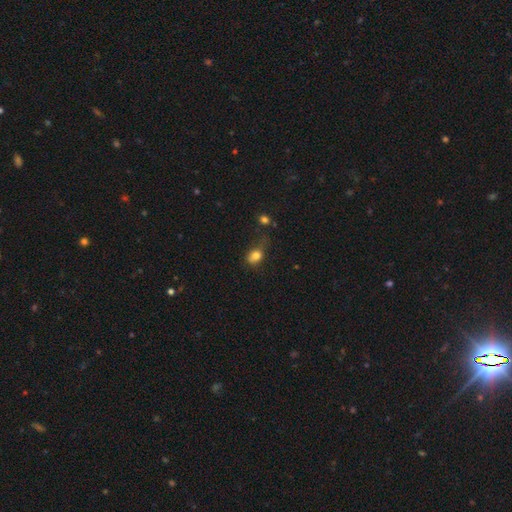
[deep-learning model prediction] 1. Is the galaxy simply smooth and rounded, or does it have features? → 81% smooth, 11% star or artifact, 9% featured or disk.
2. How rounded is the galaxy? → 63% in between, 35% round, 2% cigar-shaped.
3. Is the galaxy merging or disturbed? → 43% none, 34% minor disturbance, 17% major disturbance, 6% merger.